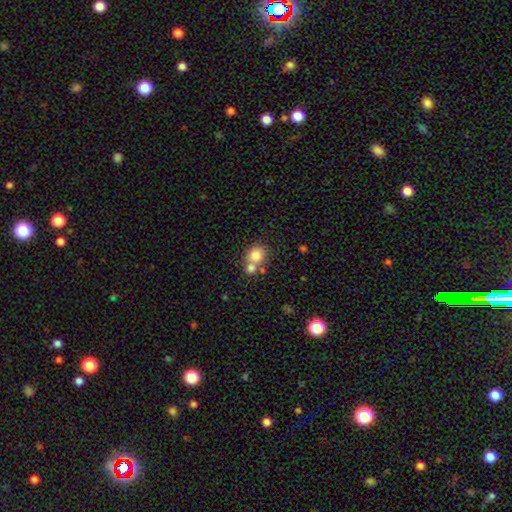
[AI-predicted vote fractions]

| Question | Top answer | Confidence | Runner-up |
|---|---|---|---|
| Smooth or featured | smooth | 79% | featured or disk (11%) |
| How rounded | round | 79% | in between (20%) |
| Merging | merger | 47% | none (43%) |